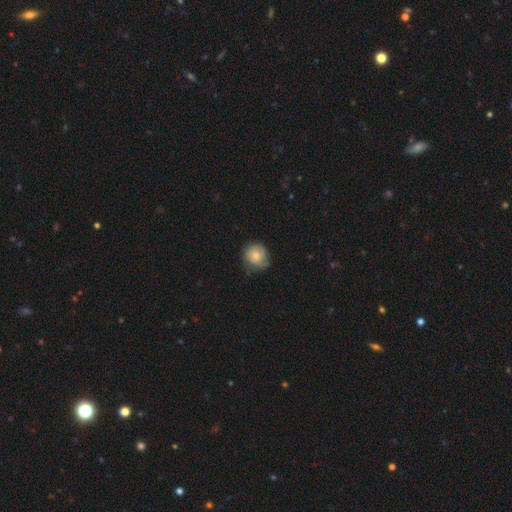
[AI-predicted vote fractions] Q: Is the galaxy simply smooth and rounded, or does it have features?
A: smooth — 67%.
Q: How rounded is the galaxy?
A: round — 82%.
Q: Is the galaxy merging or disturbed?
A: none — 63%.